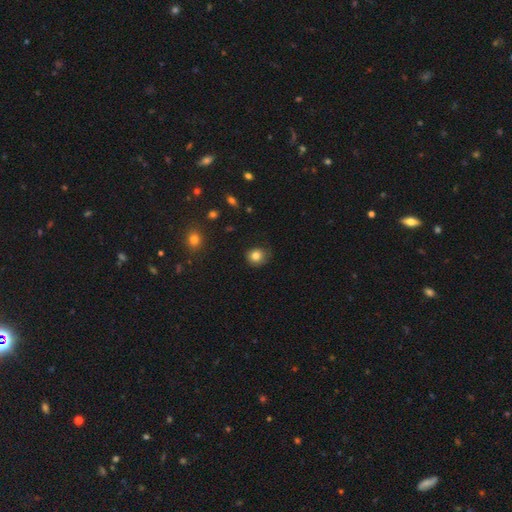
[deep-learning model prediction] Smooth or featured: smooth — 82% (star or artifact — 11%)
How rounded: round — 80% (in between — 19%)
Merging: none — 75% (minor disturbance — 19%)